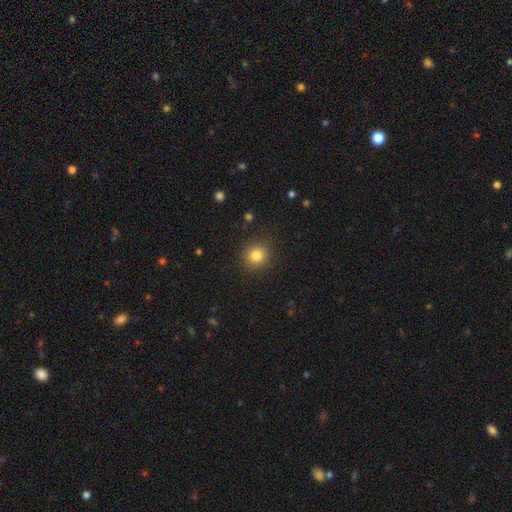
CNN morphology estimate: smooth 82%, star or artifact 12%, featured or disk 6%. Down the decision tree: how rounded — round (88%); merging — none (89%).